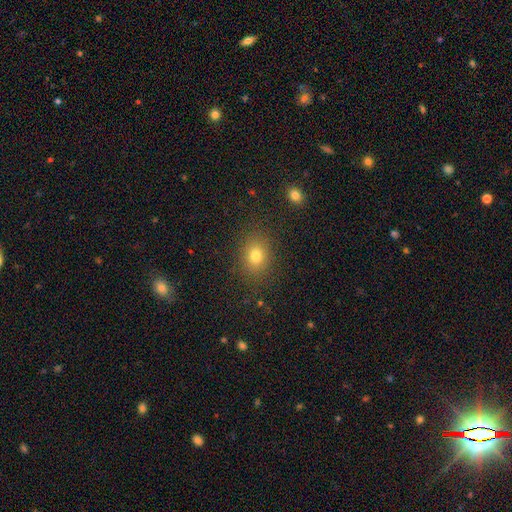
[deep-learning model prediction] smooth 78%, star or artifact 14%, featured or disk 8%. Down the decision tree: how rounded — in between (51%); merging — none (85%).